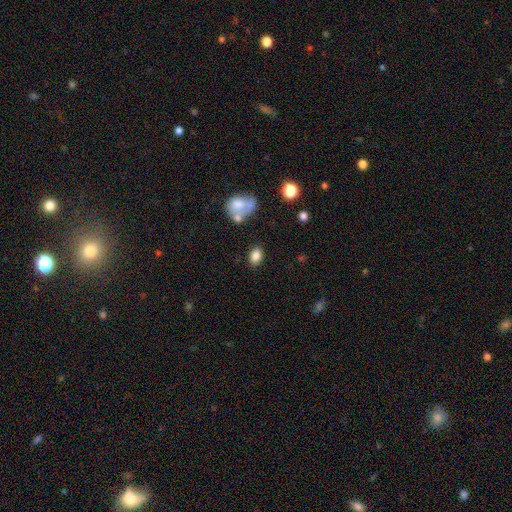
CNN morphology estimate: type=smooth (83%); roundness=in between (78%); merging=none (80%).